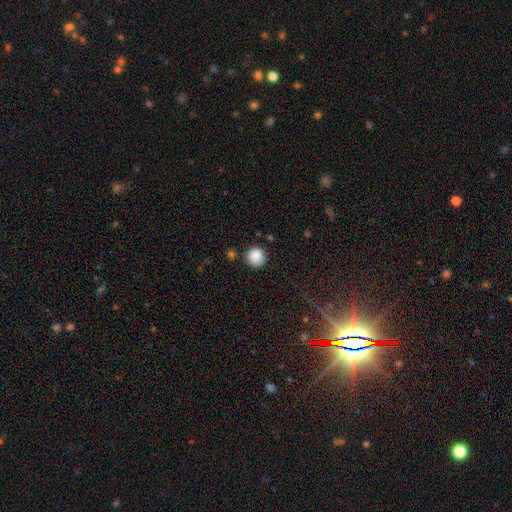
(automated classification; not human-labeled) A smooth galaxy with no disk features (88%) that is round (92%).

Vote fractions:
- Smooth or featured? smooth: 88% / star or artifact: 9% / featured or disk: 3%
- How rounded? round: 92% / in between: 7% / cigar-shaped: 1%
- Merging? none: 83% / minor disturbance: 11% / merger: 3% / major disturbance: 3%